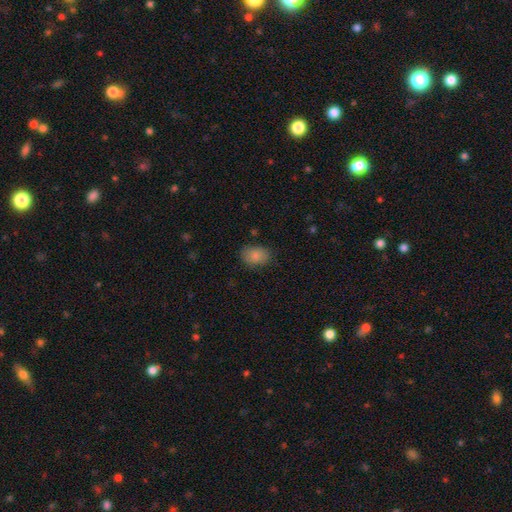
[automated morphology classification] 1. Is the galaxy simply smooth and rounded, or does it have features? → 86% smooth, 8% star or artifact, 6% featured or disk.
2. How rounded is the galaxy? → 75% in between, 24% round, 1% cigar-shaped.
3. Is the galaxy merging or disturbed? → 81% none, 15% minor disturbance, 3% major disturbance, 1% merger.